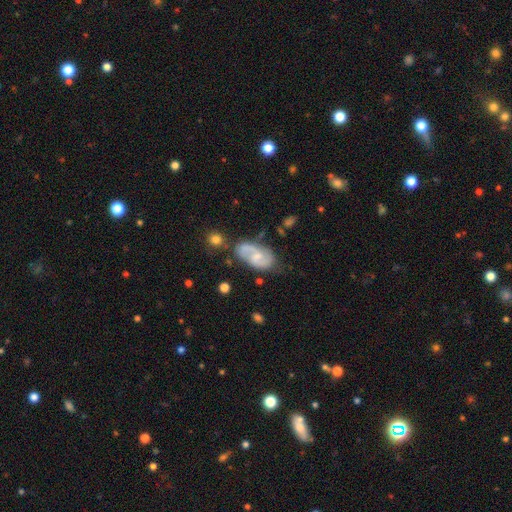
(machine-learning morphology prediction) featured or disk 72%, smooth 21%, star or artifact 6%. Down the decision tree: edge-on disk — no (97%); bar — no (49%); spiral arms — yes (91%); spiral arm count — 2 (85%); spiral winding — medium (49%); bulge size — small (52%); merging — none (62%).